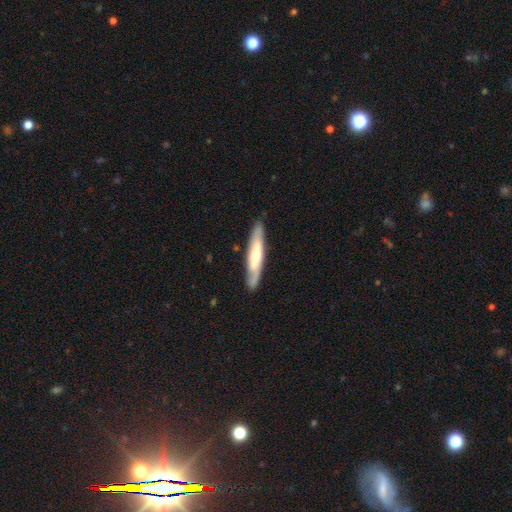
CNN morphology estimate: Smooth or featured? Predicted: featured or disk (p=0.51). Edge-on disk? Predicted: yes (p=0.63). Merging? Predicted: none (p=0.84).